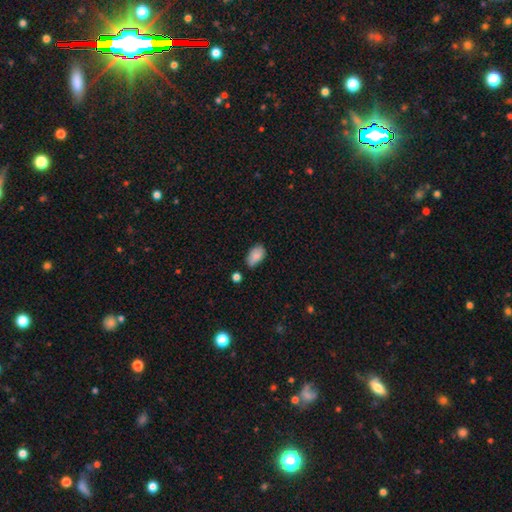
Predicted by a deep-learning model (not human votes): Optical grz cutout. It shows a smooth galaxy with no disk features (84%) that is in between round and cigar-shaped (93%). Merging: none (67%).